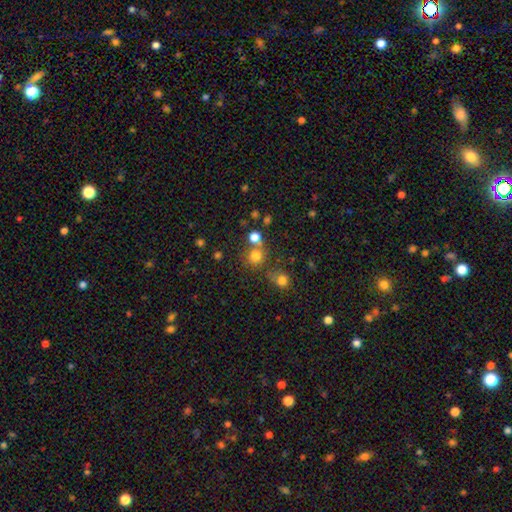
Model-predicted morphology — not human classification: Q: Smooth or featured?
A: smooth (75%); runner-up: star or artifact (17%)
Q: How rounded?
A: round (86%); runner-up: in between (13%)
Q: Merging?
A: none (58%); runner-up: merger (27%)